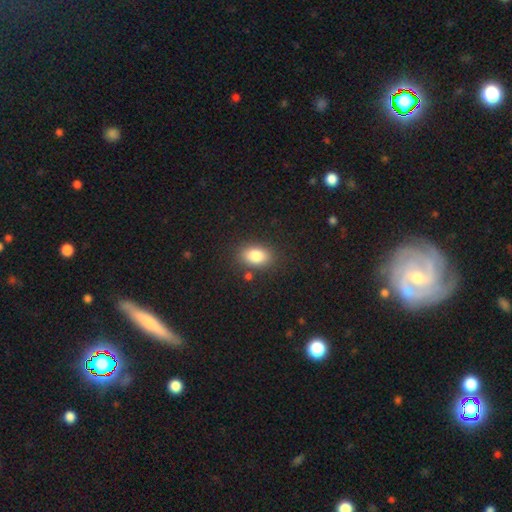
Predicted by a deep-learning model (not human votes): A smooth galaxy with no disk features (84%) that is in between round and cigar-shaped (83%). Merging: none (82%).